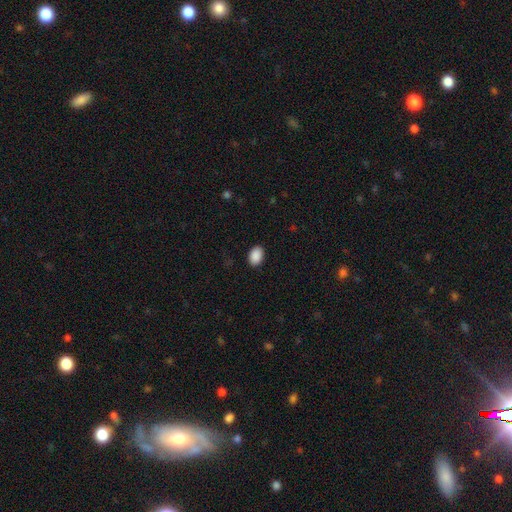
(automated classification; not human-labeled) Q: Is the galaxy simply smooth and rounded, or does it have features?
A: smooth — 90%.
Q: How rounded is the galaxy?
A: in between — 86%.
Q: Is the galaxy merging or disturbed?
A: none — 89%.